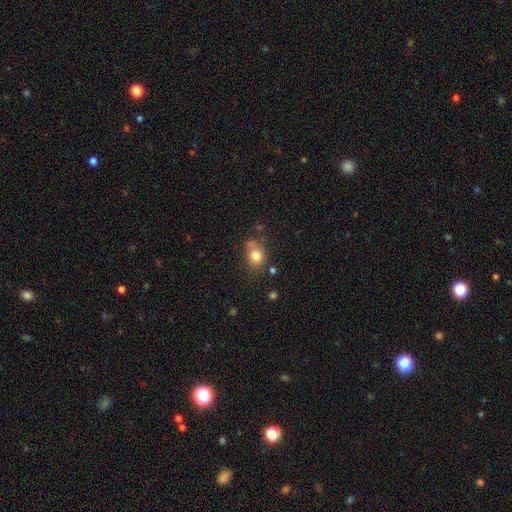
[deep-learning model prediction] A smooth galaxy with no disk features (79%) that is round (52%).

Vote fractions:
- Smooth or featured? smooth: 79% / star or artifact: 11% / featured or disk: 10%
- How rounded? round: 52% / in between: 47% / cigar-shaped: 1%
- Merging? none: 61% / minor disturbance: 20% / merger: 12% / major disturbance: 6%